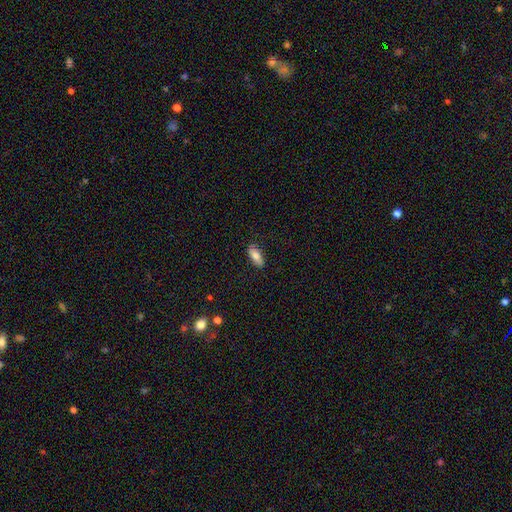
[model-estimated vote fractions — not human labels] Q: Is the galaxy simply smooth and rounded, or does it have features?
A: smooth — 76%.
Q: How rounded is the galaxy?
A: in between — 79%.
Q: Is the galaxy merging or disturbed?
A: none — 85%.